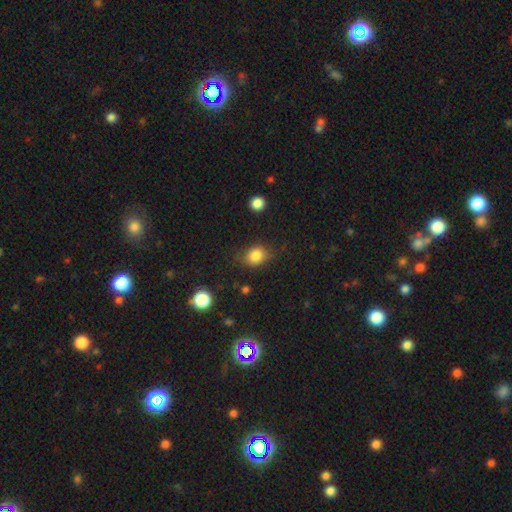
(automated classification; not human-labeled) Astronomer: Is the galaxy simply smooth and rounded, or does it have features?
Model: smooth — 83%.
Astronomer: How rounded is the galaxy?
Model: round — 55% (runner-up: in between, 44%).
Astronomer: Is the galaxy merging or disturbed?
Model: none — 76%.